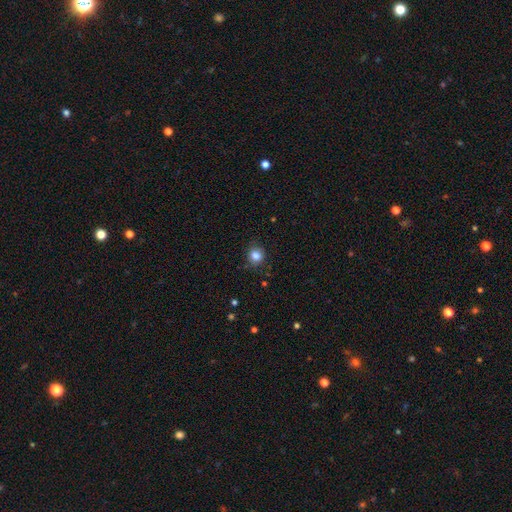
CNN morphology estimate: smooth-or-featured: smooth: 84% | star or artifact: 11% | featured or disk: 5%
  how-rounded: round: 79% | in between: 20% | cigar-shaped: 1%
  merging: none: 82% | minor disturbance: 13% | major disturbance: 3% | merger: 1%